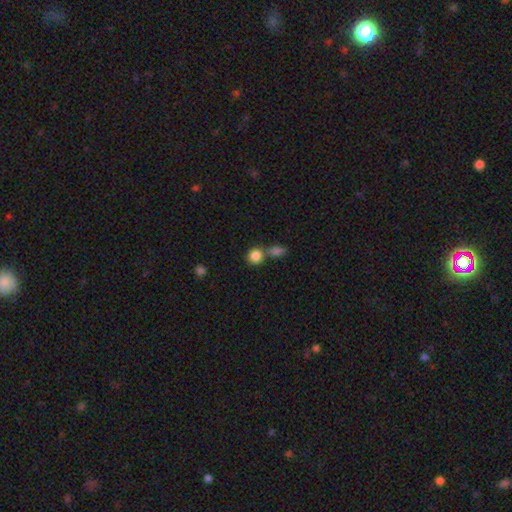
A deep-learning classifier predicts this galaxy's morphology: Smooth or featured?
  - smooth: 85% *
  - star or artifact: 9%
  - featured or disk: 6%
How rounded?
  - round: 81% *
  - in between: 18%
  - cigar-shaped: 1%
Merging?
  - none: 52% *
  - merger: 36%
  - minor disturbance: 9%
  - major disturbance: 3%